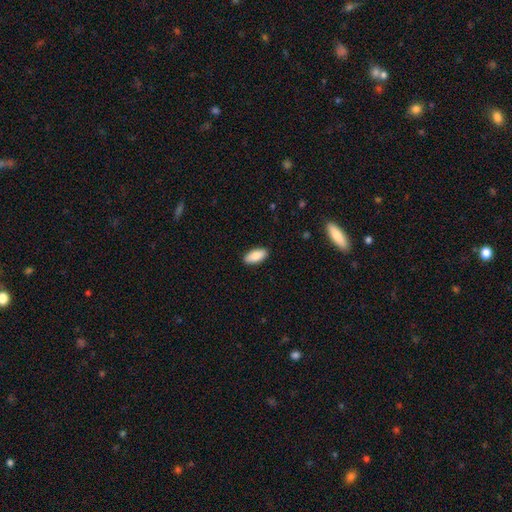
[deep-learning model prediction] Q: Smooth or featured?
A: smooth (85%); runner-up: featured or disk (8%)
Q: How rounded?
A: in between (90%); runner-up: cigar-shaped (8%)
Q: Merging?
A: none (90%); runner-up: minor disturbance (8%)